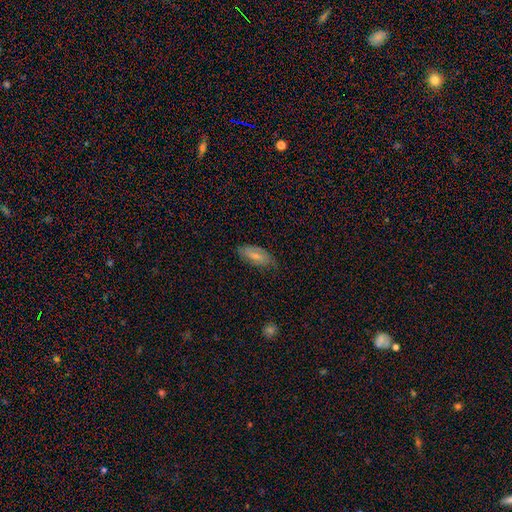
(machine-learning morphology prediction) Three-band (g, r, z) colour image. It shows a smooth galaxy with no disk features (59%) that is in between round and cigar-shaped (85%). Merging: none (70%).